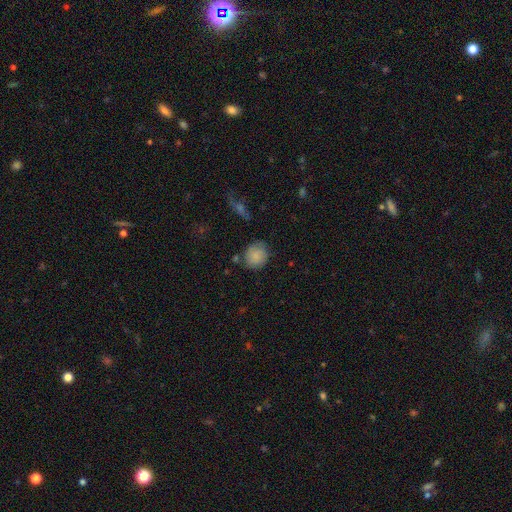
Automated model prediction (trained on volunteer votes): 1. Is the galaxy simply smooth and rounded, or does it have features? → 78% smooth, 14% featured or disk, 8% star or artifact.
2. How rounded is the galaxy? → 75% round, 24% in between, 1% cigar-shaped.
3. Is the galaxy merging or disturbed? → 72% none, 19% minor disturbance, 5% major disturbance, 4% merger.